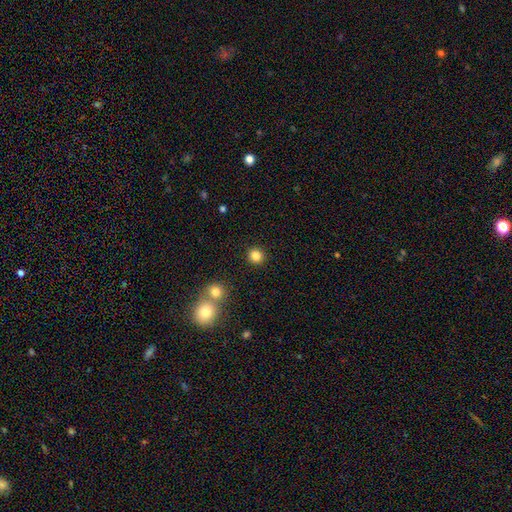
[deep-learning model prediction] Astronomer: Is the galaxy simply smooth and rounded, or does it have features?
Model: smooth — 84%.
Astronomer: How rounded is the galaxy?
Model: round — 92%.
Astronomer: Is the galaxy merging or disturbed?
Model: none — 91%.